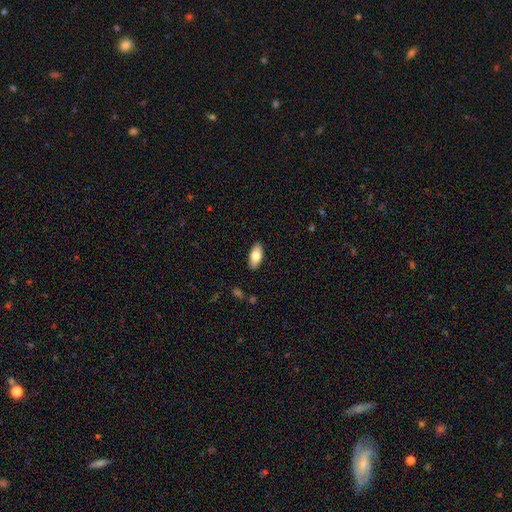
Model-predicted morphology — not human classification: Smooth or featured?
  - smooth: 79% *
  - featured or disk: 15%
  - star or artifact: 6%
How rounded?
  - in between: 89% *
  - cigar-shaped: 9%
  - round: 2%
Merging?
  - none: 89% *
  - minor disturbance: 8%
  - major disturbance: 2%
  - merger: 1%